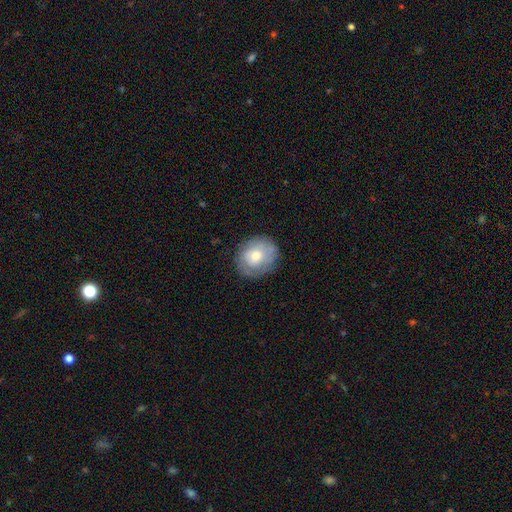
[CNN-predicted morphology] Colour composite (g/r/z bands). It shows a smooth galaxy with no disk features (57%) that is round (70%). Merging: none (77%).